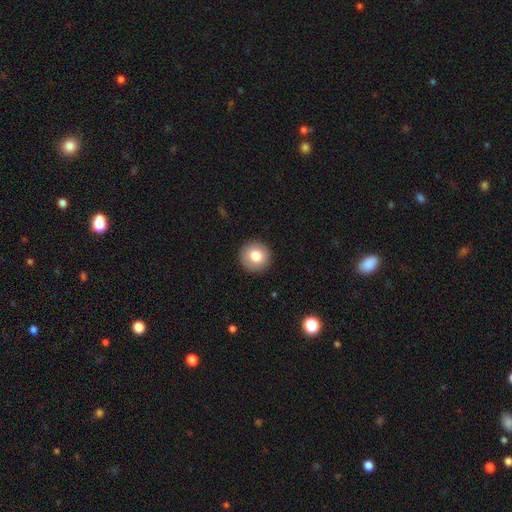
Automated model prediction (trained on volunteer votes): A smooth galaxy with no disk features (80%) that is round (94%). Merging: none (92%).